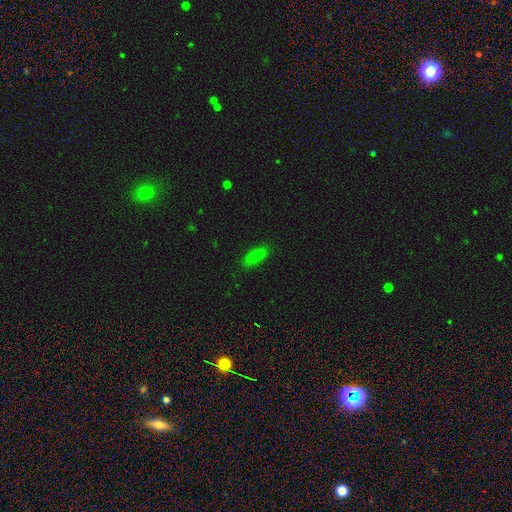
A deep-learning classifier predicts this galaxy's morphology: Smooth or featured? smooth (76%)
How rounded? in between (68%)
Merging? none (85%)